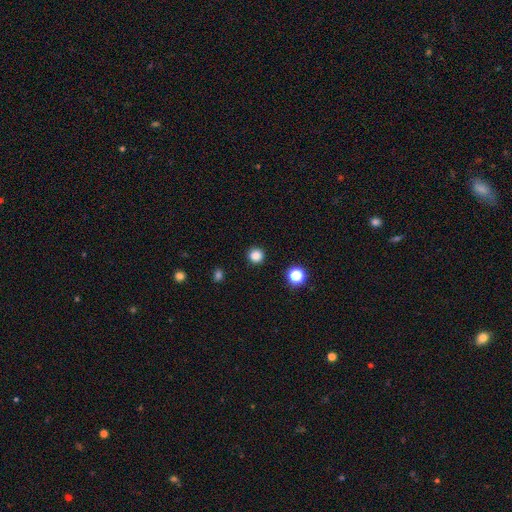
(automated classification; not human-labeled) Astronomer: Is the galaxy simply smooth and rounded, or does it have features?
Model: smooth — 84%.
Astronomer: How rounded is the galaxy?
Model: round — 95%.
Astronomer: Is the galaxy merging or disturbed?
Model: none — 92%.